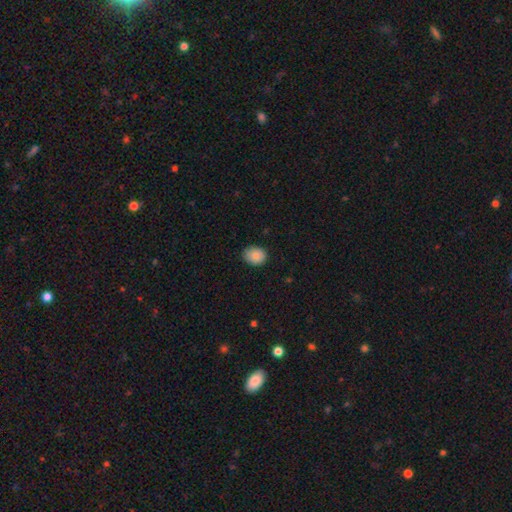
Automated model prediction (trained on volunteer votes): smooth-or-featured: smooth: 87% | star or artifact: 8% | featured or disk: 6%
  how-rounded: round: 53% | in between: 46% | cigar-shaped: 1%
  merging: none: 82% | minor disturbance: 15% | major disturbance: 2% | merger: 1%